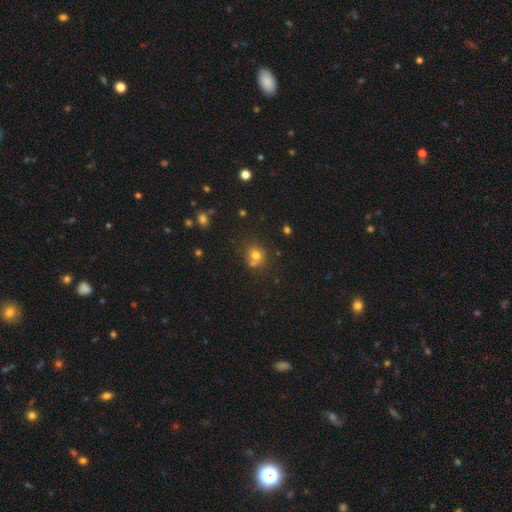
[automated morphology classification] A smooth galaxy with no disk features (72%) that is round (77%). Merging: none (53%).